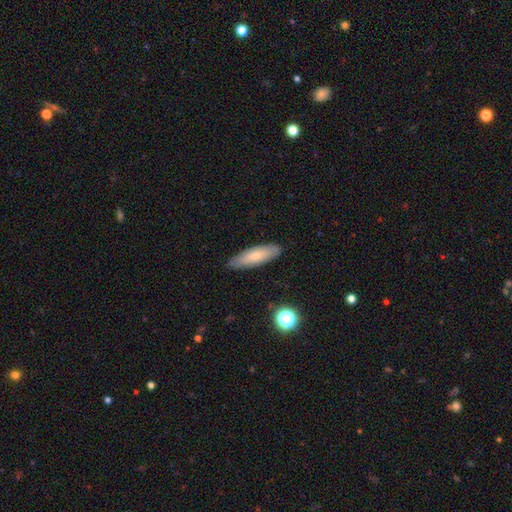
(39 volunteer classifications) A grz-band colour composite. It shows a smooth galaxy with no disk features (82%) that is cigar-shaped (53%). Merging: none (89%).